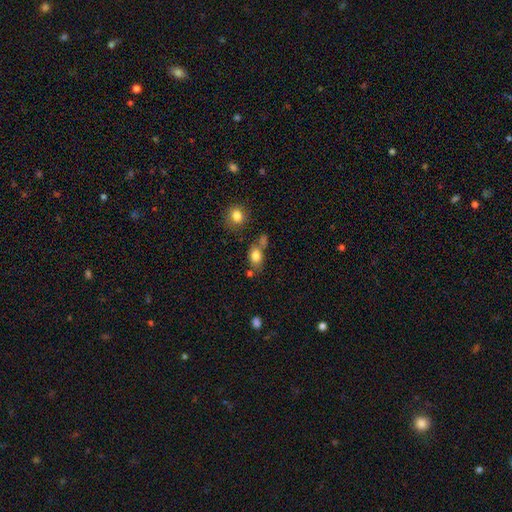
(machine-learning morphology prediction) type=smooth (82%); roundness=in between (66%); merging=none (55%).